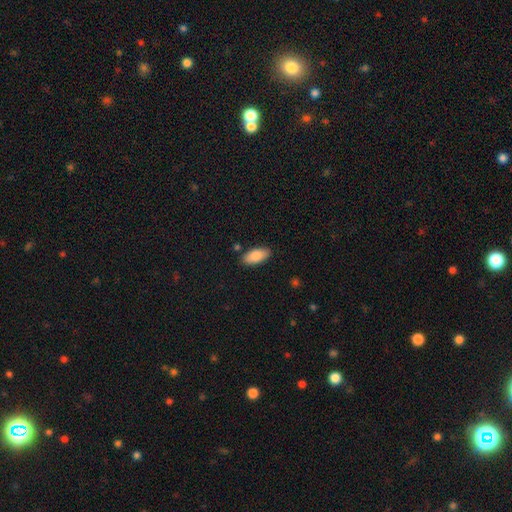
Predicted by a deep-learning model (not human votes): Q: Smooth or featured?
A: smooth (86%); runner-up: featured or disk (8%)
Q: How rounded?
A: in between (91%); runner-up: cigar-shaped (7%)
Q: Merging?
A: none (85%); runner-up: minor disturbance (10%)